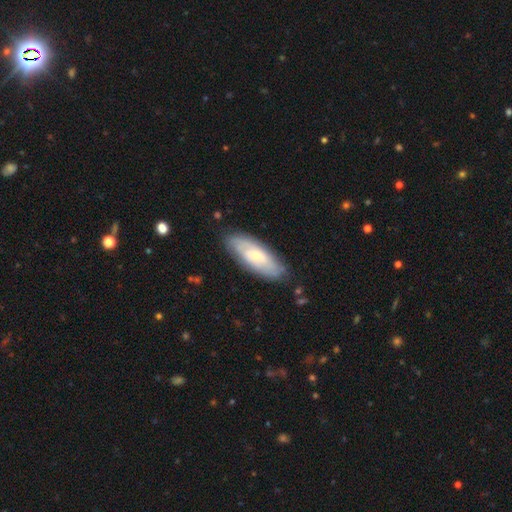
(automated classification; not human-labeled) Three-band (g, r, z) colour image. It shows a featured or disk galaxy (54%). Merging: none (82%).